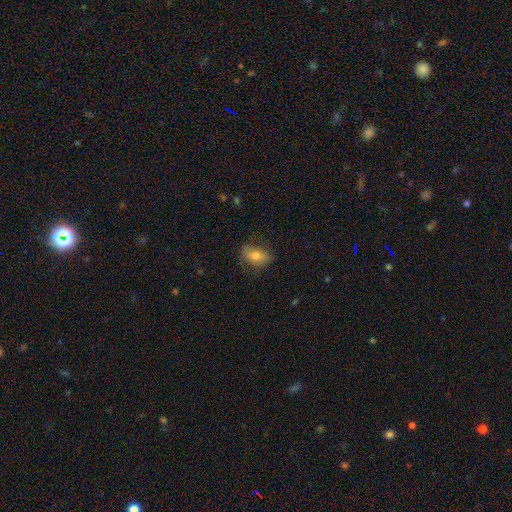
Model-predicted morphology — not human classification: This is likely a smooth galaxy (65%). How rounded: clearly in between (82%). Merging: likely none (71%).